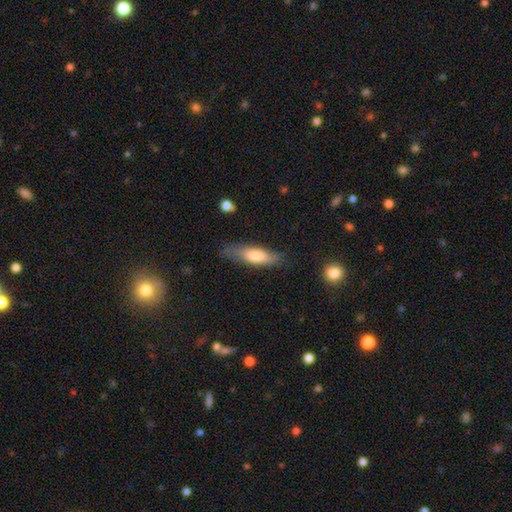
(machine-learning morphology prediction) A smooth galaxy with no disk features (71%) that is cigar-shaped (52%). Merging: none (72%).